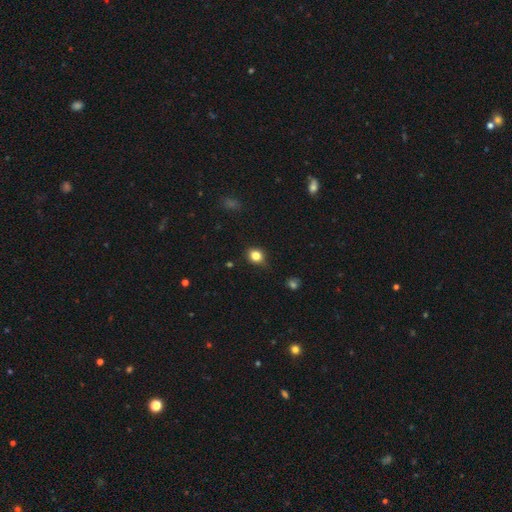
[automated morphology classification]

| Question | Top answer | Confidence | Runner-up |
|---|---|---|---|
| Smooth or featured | smooth | 82% | star or artifact (12%) |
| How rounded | round | 72% | in between (27%) |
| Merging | none | 77% | minor disturbance (18%) |